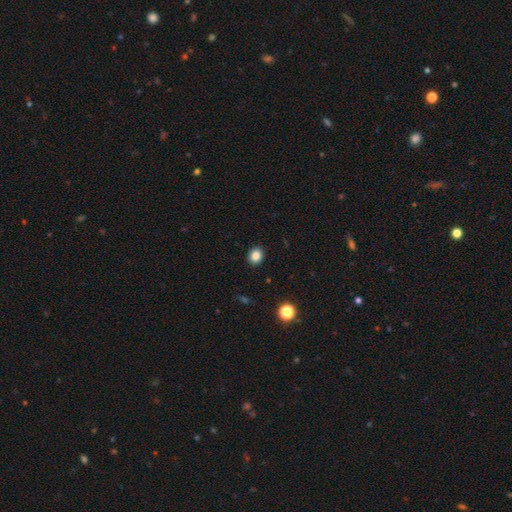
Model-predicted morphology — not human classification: Smooth or featured? smooth (85%)
How rounded? round (65%)
Merging? none (91%)